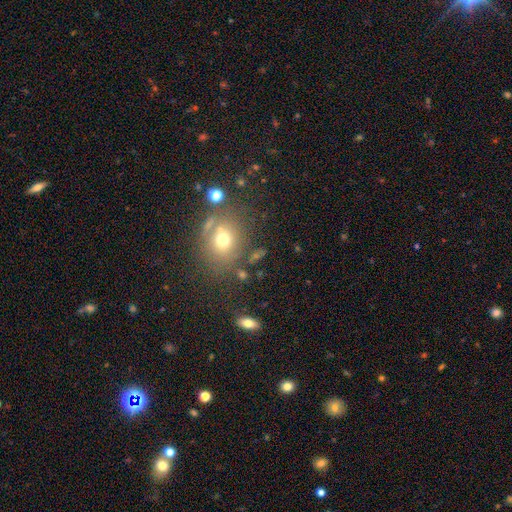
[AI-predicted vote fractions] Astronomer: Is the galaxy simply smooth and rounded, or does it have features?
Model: smooth — 59%.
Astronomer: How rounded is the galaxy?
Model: round — 52% (runner-up: in between, 45%).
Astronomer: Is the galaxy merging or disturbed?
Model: none — 68%.